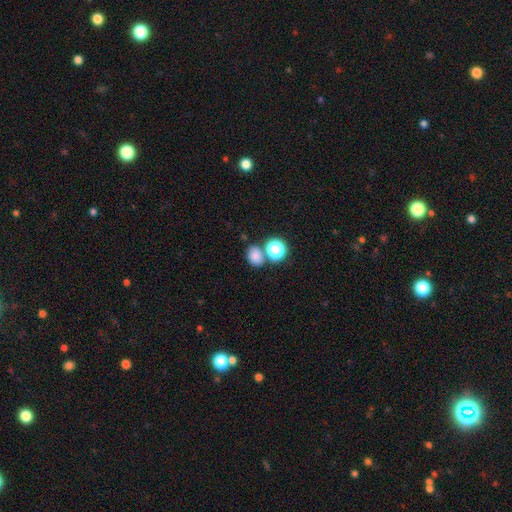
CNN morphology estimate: smooth-or-featured: smooth: 79% | star or artifact: 16% | featured or disk: 6%
  how-rounded: in between: 50% | round: 49% | cigar-shaped: 1%
  merging: none: 63% | merger: 23% | minor disturbance: 11% | major disturbance: 4%